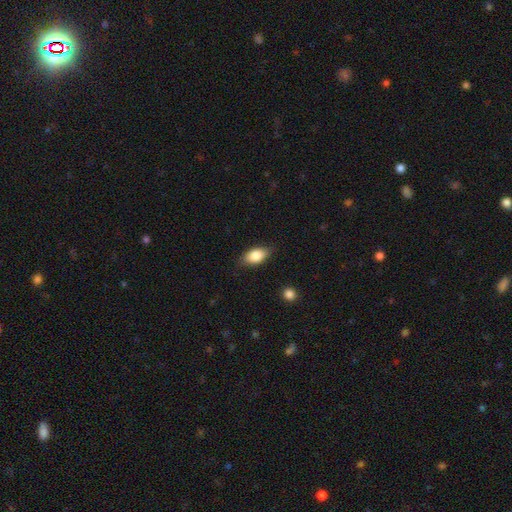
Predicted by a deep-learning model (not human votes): smooth_or_featured: smooth (p=0.83) [alt: featured or disk p=0.10]
how_rounded: in between (p=0.89) [alt: round p=0.06]
merging: none (p=0.81) [alt: minor disturbance p=0.15]